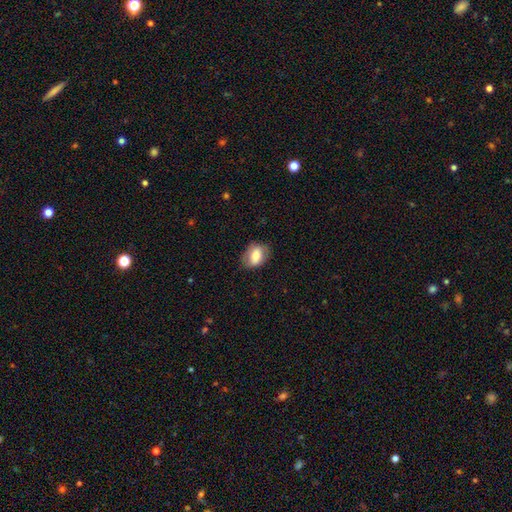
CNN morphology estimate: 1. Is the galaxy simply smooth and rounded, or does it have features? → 69% smooth, 23% featured or disk, 7% star or artifact.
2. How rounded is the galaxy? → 75% in between, 24% round, 1% cigar-shaped.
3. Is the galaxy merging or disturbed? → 77% none, 17% minor disturbance, 5% major disturbance, 1% merger.